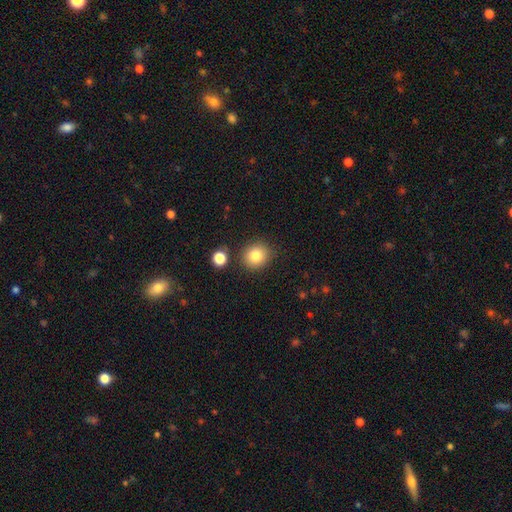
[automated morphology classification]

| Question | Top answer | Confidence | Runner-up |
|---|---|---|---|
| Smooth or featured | smooth | 82% | star or artifact (11%) |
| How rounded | round | 81% | in between (18%) |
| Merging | none | 84% | minor disturbance (9%) |